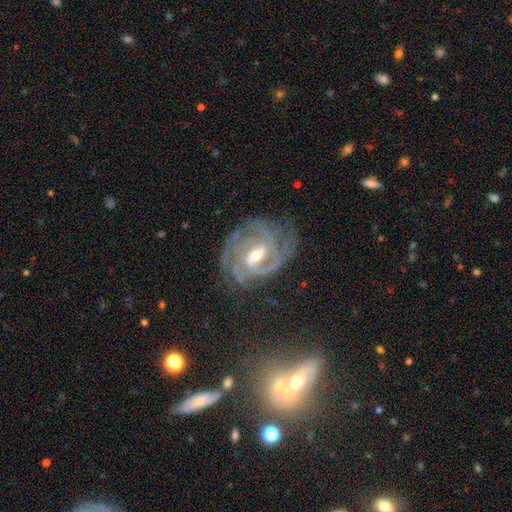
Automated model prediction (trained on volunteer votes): A featured or disk galaxy (90%) with a weak bar (49%), 2 (33%) tight (57%) spiral arms (97%) and a moderate central bulge (53%). Merging: none (65%).